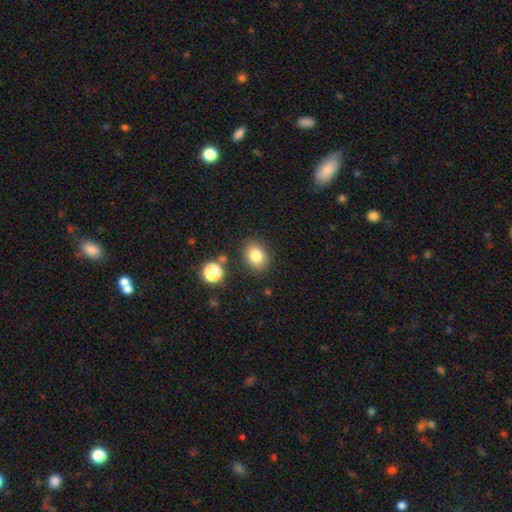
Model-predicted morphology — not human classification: smooth-or-featured: smooth: 81% | star or artifact: 11% | featured or disk: 8%
  how-rounded: in between: 54% | round: 45% | cigar-shaped: 1%
  merging: none: 84% | minor disturbance: 10% | merger: 3% | major disturbance: 3%